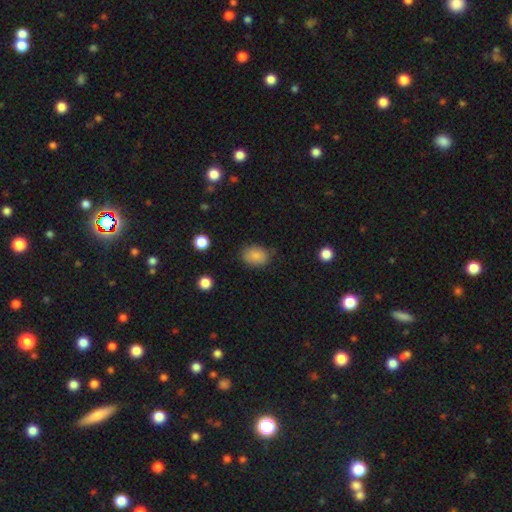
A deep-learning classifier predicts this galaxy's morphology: This is clearly a smooth galaxy (84%). How rounded: likely in between (69%). Merging: likely none (76%).